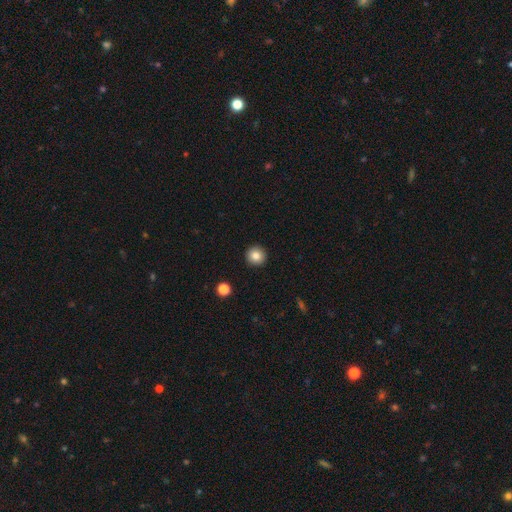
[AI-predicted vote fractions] Smooth or featured? Predicted: smooth (p=0.84). How rounded? Predicted: round (p=0.96). Merging? Predicted: none (p=0.93).